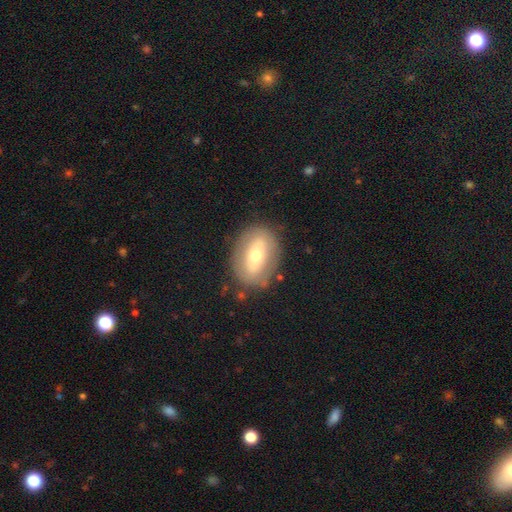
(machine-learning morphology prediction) This is possibly a smooth galaxy (47%). Merging: likely none (80%).